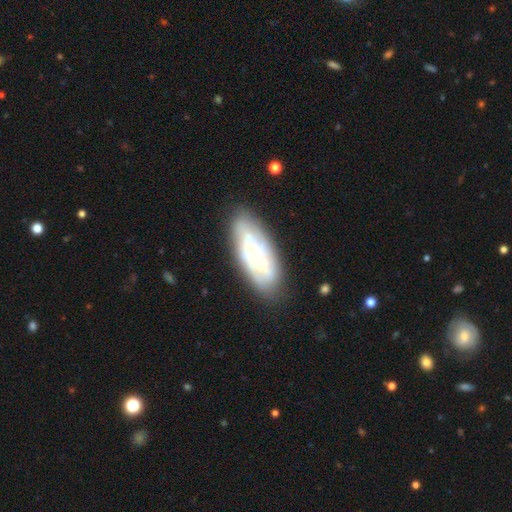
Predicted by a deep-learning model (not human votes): Smooth or featured: featured or disk — 66% (smooth — 28%)
Edge-on disk: no — 87% (yes — 13%)
Bar: no — 77% (weak — 18%)
Spiral arms: yes — 70% (no — 30%)
Bulge size: small — 60% (moderate — 36%)
Merging: none — 77% (minor disturbance — 16%)